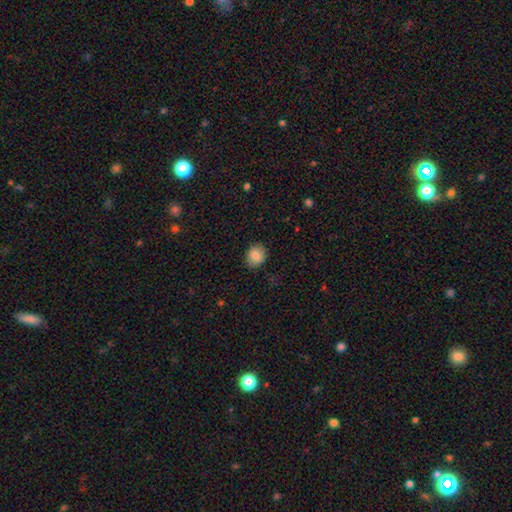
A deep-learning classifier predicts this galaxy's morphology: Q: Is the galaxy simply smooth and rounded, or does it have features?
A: smooth — 82%.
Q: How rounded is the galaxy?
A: round — 63%.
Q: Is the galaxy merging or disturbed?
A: none — 85%.